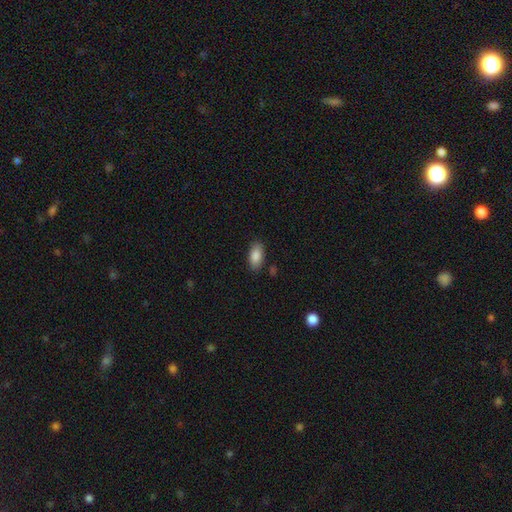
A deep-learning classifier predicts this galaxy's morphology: Smooth or featured? smooth (88%)
How rounded? in between (91%)
Merging? none (84%)